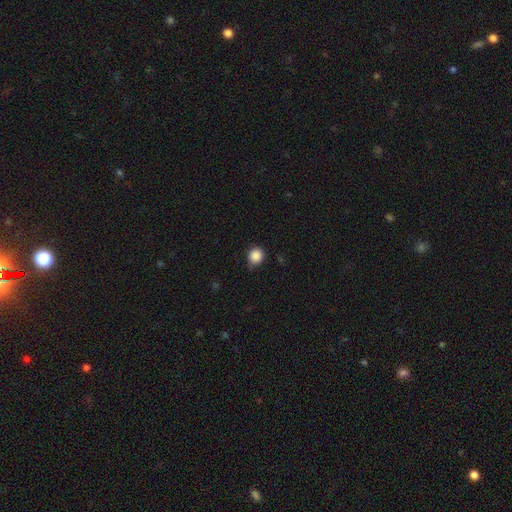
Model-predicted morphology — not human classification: Q: Smooth or featured?
A: smooth (87%); runner-up: star or artifact (10%)
Q: How rounded?
A: round (89%); runner-up: in between (10%)
Q: Merging?
A: none (77%); runner-up: minor disturbance (18%)